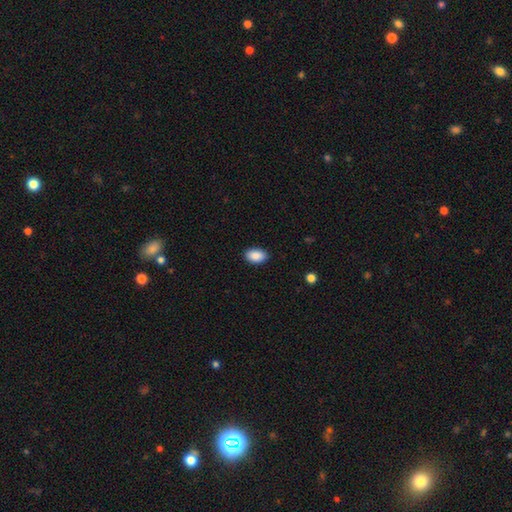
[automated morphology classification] Q: Smooth or featured?
A: smooth (90%); runner-up: star or artifact (7%)
Q: How rounded?
A: in between (92%); runner-up: round (7%)
Q: Merging?
A: none (89%); runner-up: minor disturbance (8%)